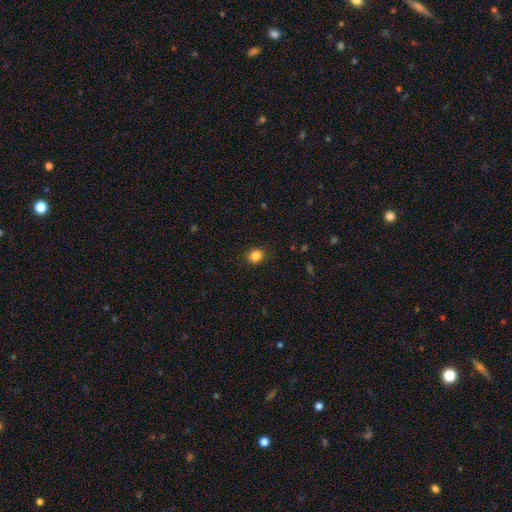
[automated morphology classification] smooth-or-featured: smooth: 85% | star or artifact: 11% | featured or disk: 4%
  how-rounded: round: 74% | in between: 26% | cigar-shaped: 1%
  merging: none: 90% | minor disturbance: 7% | major disturbance: 2% | merger: 1%